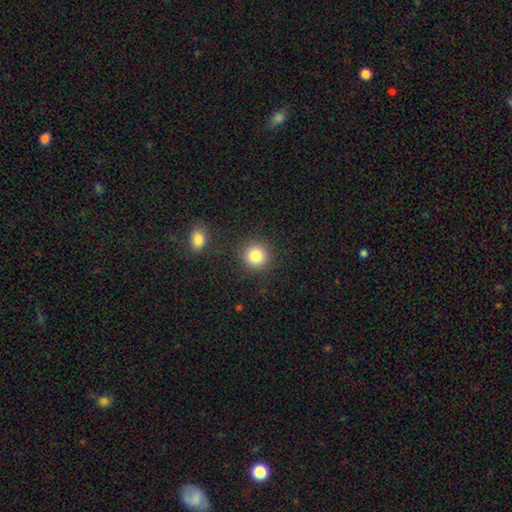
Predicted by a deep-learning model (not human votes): This appears to be a smooth galaxy with no disk features (84%) that is round (92%). Merging: none (88%).